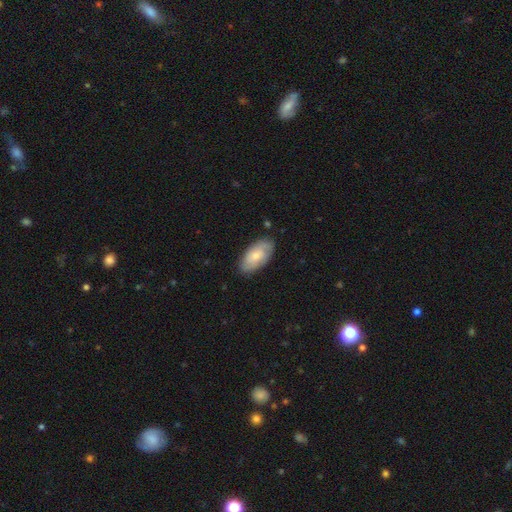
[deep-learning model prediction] smooth_or_featured: smooth (p=0.65) [alt: featured or disk p=0.30]
how_rounded: in between (p=0.93) [alt: cigar-shaped p=0.04]
merging: none (p=0.79) [alt: minor disturbance p=0.16]